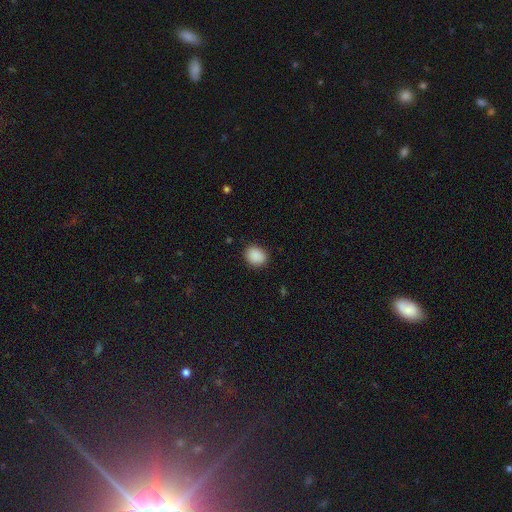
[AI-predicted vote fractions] smooth_or_featured: smooth (p=0.89) [alt: star or artifact p=0.08]
how_rounded: round (p=0.53) [alt: in between p=0.47]
merging: none (p=0.86) [alt: minor disturbance p=0.10]